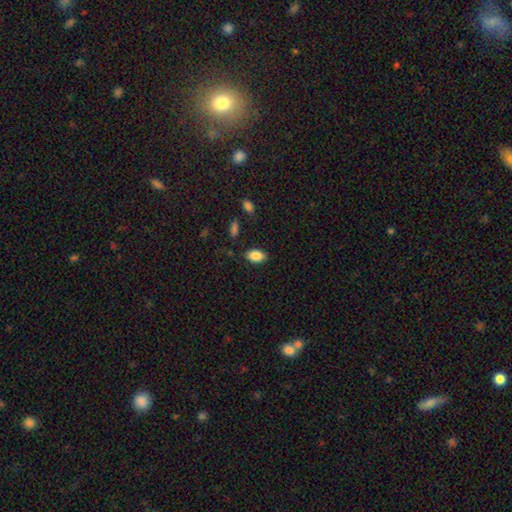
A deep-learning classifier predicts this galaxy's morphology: This appears to be a smooth galaxy with no disk features (87%) that is in between round and cigar-shaped (91%). Merging: none (83%).